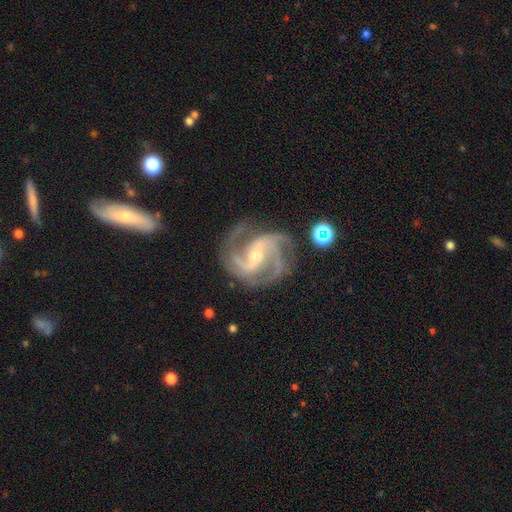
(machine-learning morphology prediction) Q: Smooth or featured?
A: featured or disk (92%); runner-up: star or artifact (5%)
Q: Edge-on disk?
A: no (98%); runner-up: yes (2%)
Q: Bar?
A: weak (39%); runner-up: strong (33%)
Q: Spiral arms?
A: yes (99%); runner-up: no (1%)
Q: Spiral winding?
A: medium (58%); runner-up: tight (29%)
Q: Spiral arm count?
A: 3 (50%); runner-up: 2 (24%)
Q: Bulge size?
A: small (60%); runner-up: moderate (37%)
Q: Merging?
A: none (73%); runner-up: minor disturbance (17%)